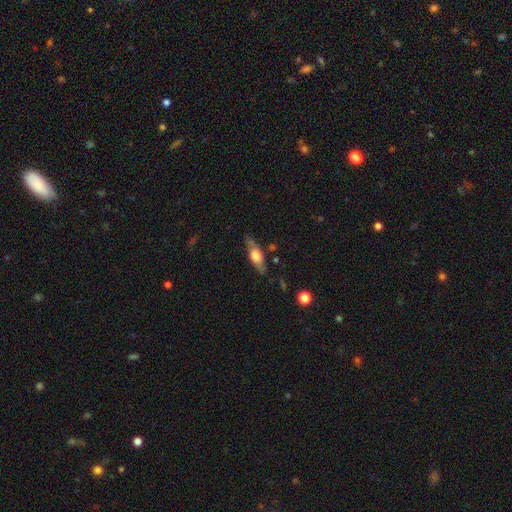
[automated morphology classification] smooth-or-featured: featured or disk: 50% | smooth: 44% | star or artifact: 6%
  merging: none: 77% | minor disturbance: 17% | major disturbance: 5% | merger: 2%